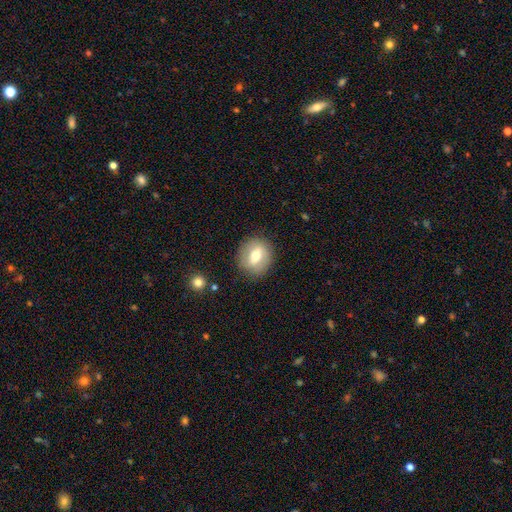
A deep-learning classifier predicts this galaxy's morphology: Smooth or featured? smooth (56%)
How rounded? round (76%)
Merging? none (84%)